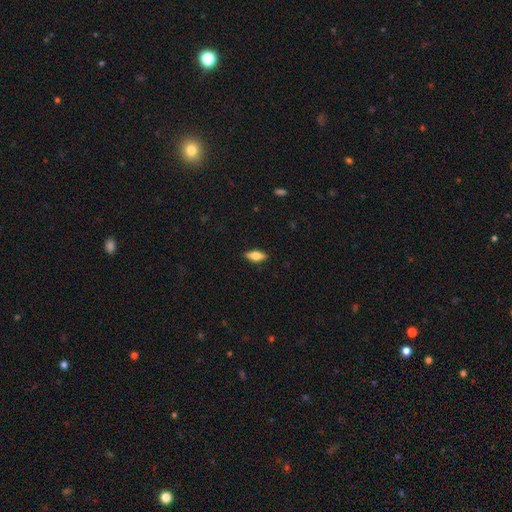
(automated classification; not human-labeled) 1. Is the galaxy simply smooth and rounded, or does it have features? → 65% smooth, 28% featured or disk, 7% star or artifact.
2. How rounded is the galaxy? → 77% in between, 20% cigar-shaped, 3% round.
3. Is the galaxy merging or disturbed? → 87% none, 10% minor disturbance, 2% major disturbance, 1% merger.